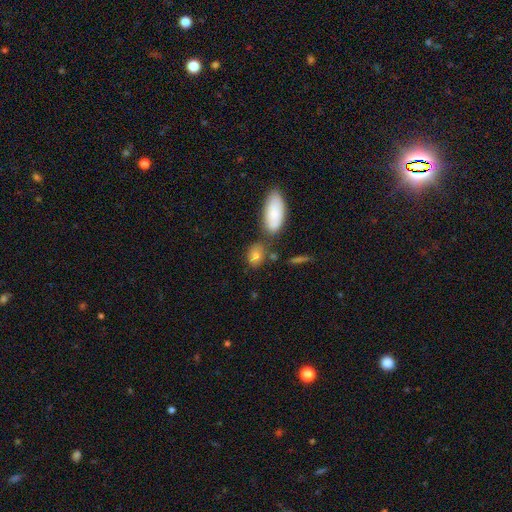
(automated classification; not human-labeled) Smooth or featured? smooth (77%)
How rounded? in between (67%)
Merging? none (63%)